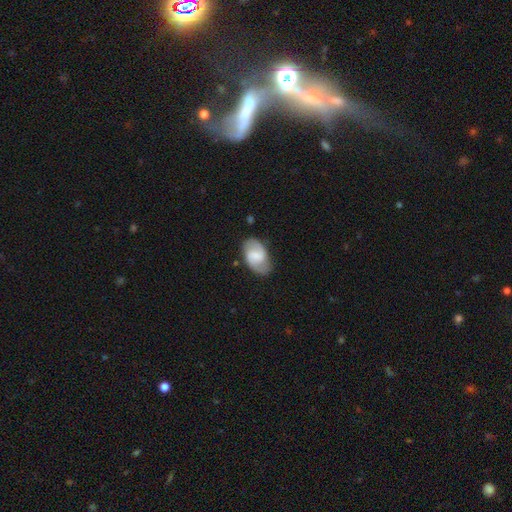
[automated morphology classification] Q: Smooth or featured?
A: featured or disk (65%); runner-up: smooth (29%)
Q: Edge-on disk?
A: no (97%); runner-up: yes (3%)
Q: Bar?
A: weak (56%); runner-up: no (28%)
Q: Spiral arms?
A: yes (90%); runner-up: no (10%)
Q: Spiral winding?
A: medium (50%); runner-up: tight (25%)
Q: Spiral arm count?
A: 2 (88%); runner-up: can't tell (7%)
Q: Bulge size?
A: small (41%); runner-up: moderate (32%)
Q: Merging?
A: none (78%); runner-up: minor disturbance (16%)